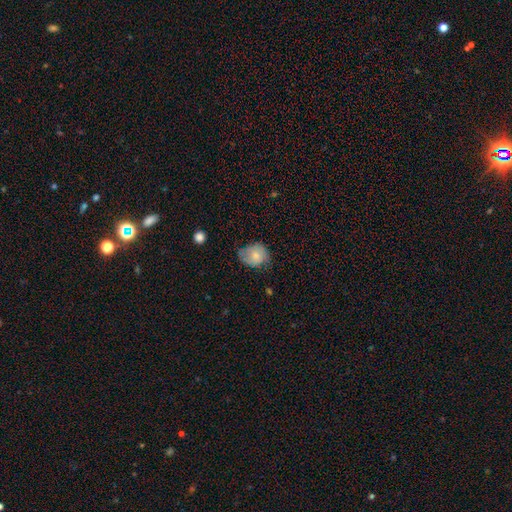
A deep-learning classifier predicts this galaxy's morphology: smooth_or_featured: smooth (p=0.73) [alt: featured or disk p=0.20]
how_rounded: round (p=0.53) [alt: in between p=0.46]
merging: none (p=0.50) [alt: minor disturbance p=0.37]